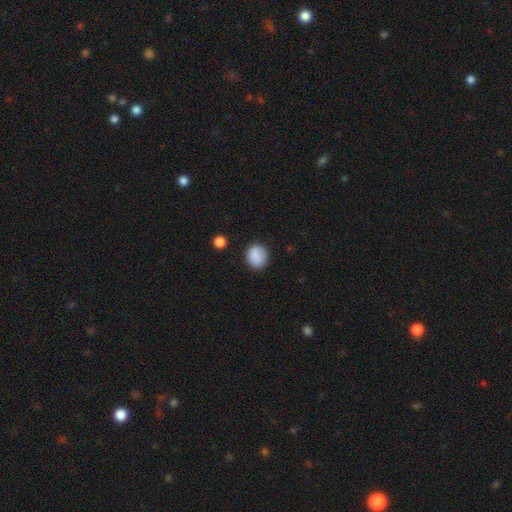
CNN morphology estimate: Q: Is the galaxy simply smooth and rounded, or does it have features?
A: smooth — 86%.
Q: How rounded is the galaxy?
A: round — 75%.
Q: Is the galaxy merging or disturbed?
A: none — 80%.